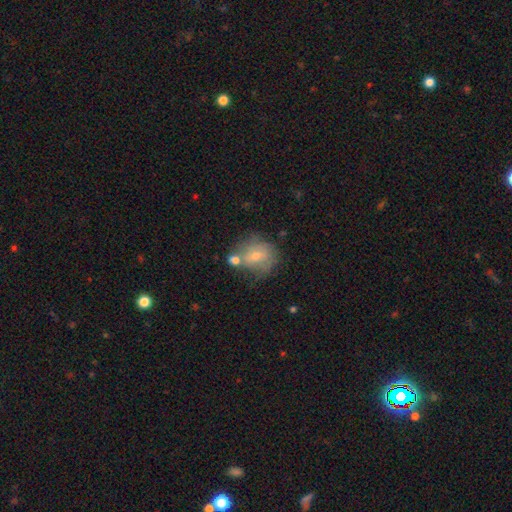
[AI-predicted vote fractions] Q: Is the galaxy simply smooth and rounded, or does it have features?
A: smooth — 57%.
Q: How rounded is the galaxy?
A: round — 67%.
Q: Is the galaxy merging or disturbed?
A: none — 43%.